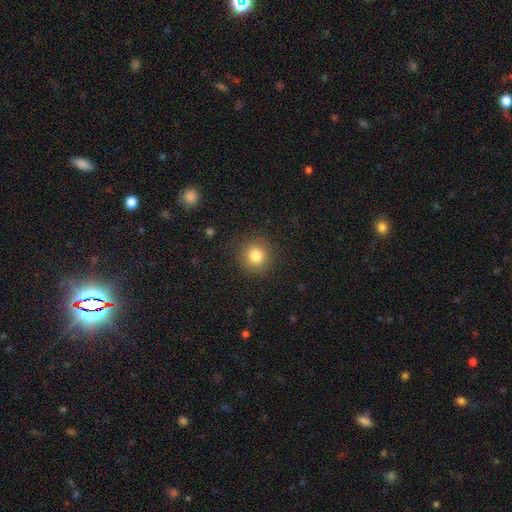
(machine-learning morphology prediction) Overall: smooth (82%). How rounded: round (93%). Merging: none (89%).